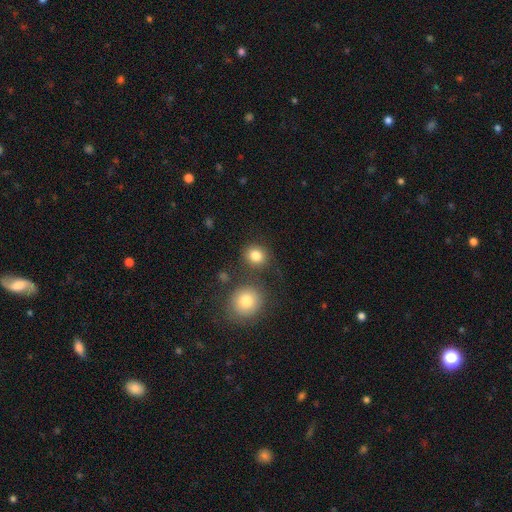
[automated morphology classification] The model was most divided on "how rounded": round: 81%, in between: 18%, cigar-shaped: 1%. More confident: smooth or featured — smooth (83%); merging — none (77%).